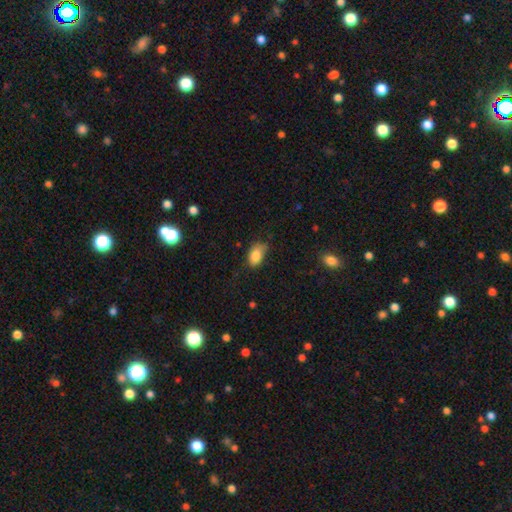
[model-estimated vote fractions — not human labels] smooth 84%, star or artifact 8%, featured or disk 8%. Down the decision tree: how rounded — in between (89%); merging — none (57%).